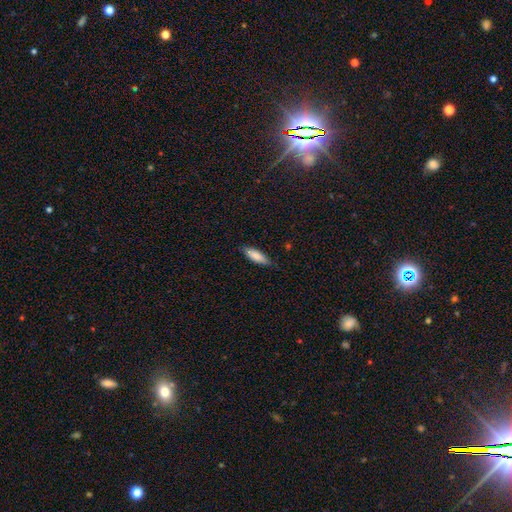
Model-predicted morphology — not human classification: The model was most divided on "how rounded": cigar-shaped: 50%, in between: 49%, round: 2%. More confident: smooth or featured — smooth (84%); merging — none (82%).